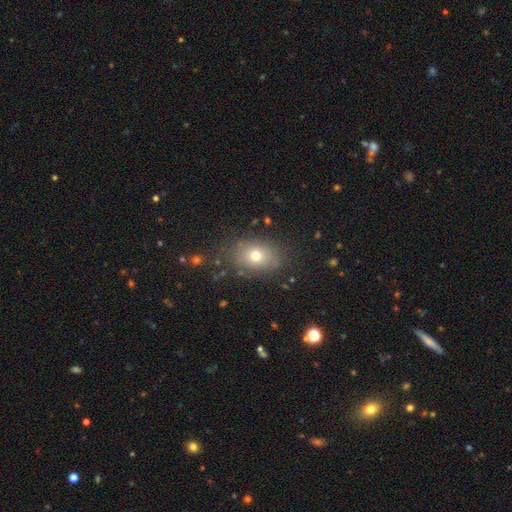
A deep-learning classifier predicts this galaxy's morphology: The model was most divided on "how rounded": in between: 71%, round: 28%, cigar-shaped: 1%. More confident: merging — none (80%); smooth or featured — smooth (73%).